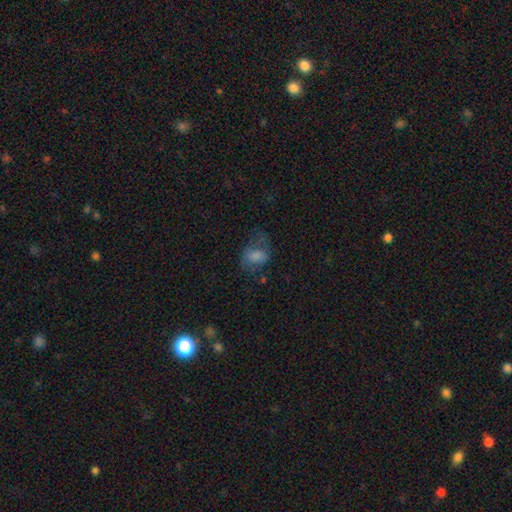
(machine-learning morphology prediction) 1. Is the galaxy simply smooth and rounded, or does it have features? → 66% smooth, 20% featured or disk, 14% star or artifact.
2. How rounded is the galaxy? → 75% in between, 23% round, 2% cigar-shaped.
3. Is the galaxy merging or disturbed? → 39% none, 32% major disturbance, 25% minor disturbance, 3% merger.